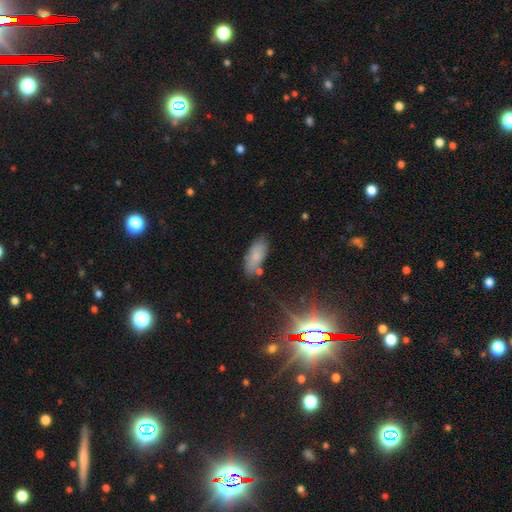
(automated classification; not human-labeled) Q: Smooth or featured?
A: smooth (78%); runner-up: featured or disk (12%)
Q: How rounded?
A: in between (83%); runner-up: cigar-shaped (14%)
Q: Merging?
A: none (70%); runner-up: minor disturbance (19%)